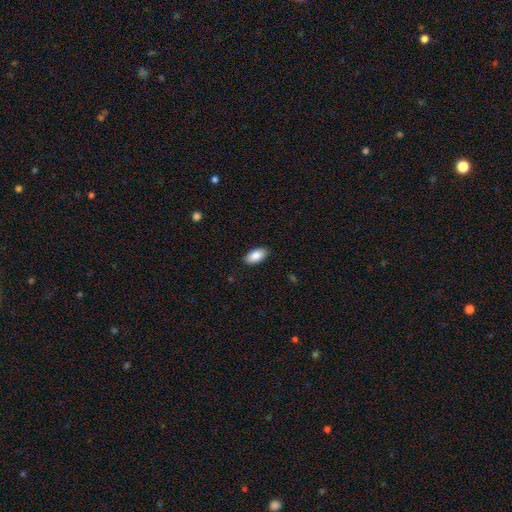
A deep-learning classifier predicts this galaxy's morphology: Smooth or featured?
  - smooth: 88% *
  - star or artifact: 7%
  - featured or disk: 6%
How rounded?
  - in between: 95% *
  - round: 3%
  - cigar-shaped: 2%
Merging?
  - none: 89% *
  - minor disturbance: 8%
  - major disturbance: 2%
  - merger: 1%